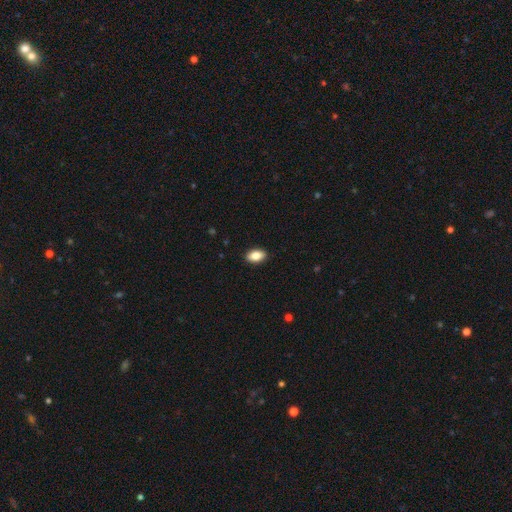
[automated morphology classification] The model was most divided on "smooth or featured": smooth: 85%, star or artifact: 7%, featured or disk: 7%. More confident: how rounded — in between (91%); merging — none (90%).